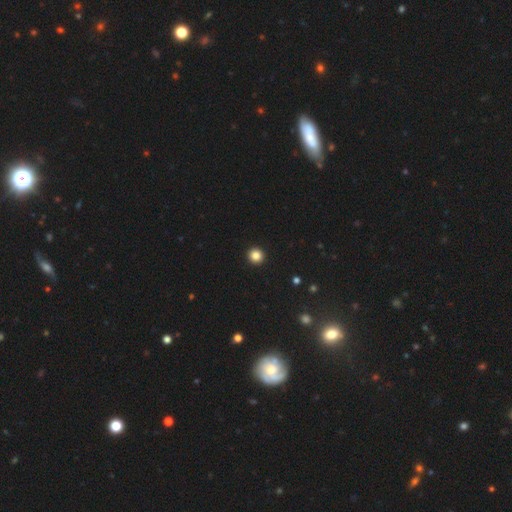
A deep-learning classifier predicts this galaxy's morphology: Smooth or featured?
  - smooth: 85% *
  - star or artifact: 11%
  - featured or disk: 4%
How rounded?
  - round: 95% *
  - in between: 4%
  - cigar-shaped: 1%
Merging?
  - none: 94% *
  - minor disturbance: 3%
  - major disturbance: 1%
  - merger: 1%